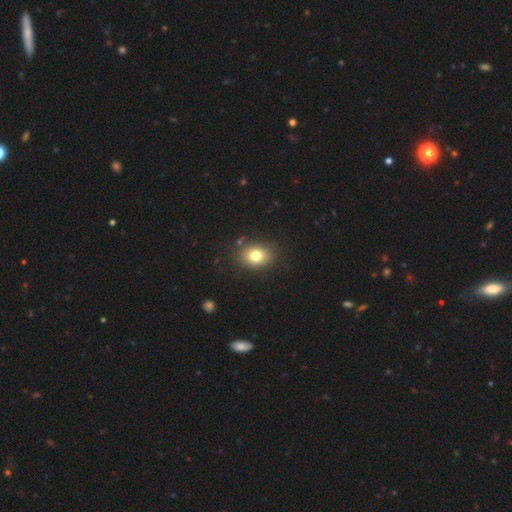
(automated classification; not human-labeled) This appears to be a smooth galaxy with no disk features (78%) that is in between round and cigar-shaped (57%). Merging: none (83%).